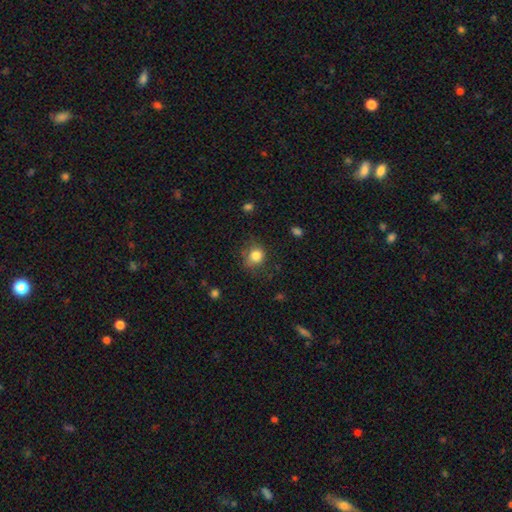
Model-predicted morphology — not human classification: Overall: smooth (82%). How rounded: round (78%). Merging: none (66%).